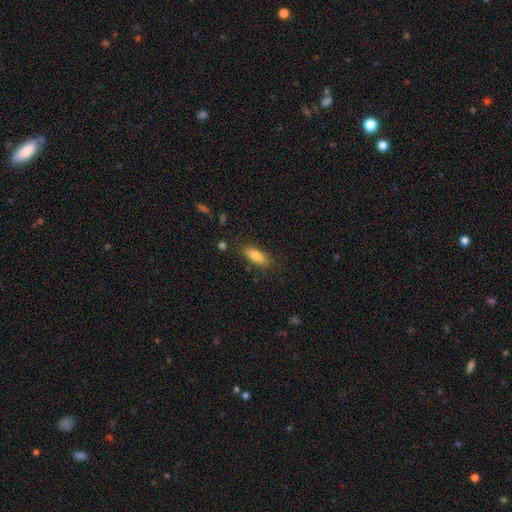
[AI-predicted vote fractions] Smooth or featured: smooth — 83% (featured or disk — 9%)
How rounded: in between — 78% (cigar-shaped — 20%)
Merging: none — 82% (minor disturbance — 13%)